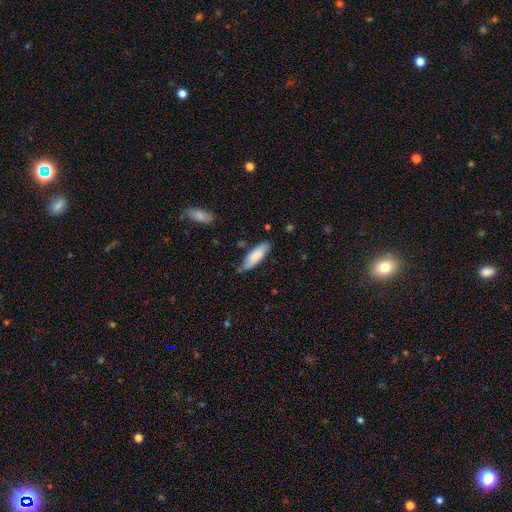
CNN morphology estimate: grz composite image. It shows a smooth galaxy with no disk features (79%) that is in between round and cigar-shaped (49%, tied with cigar-shaped). Merging: none (76%).